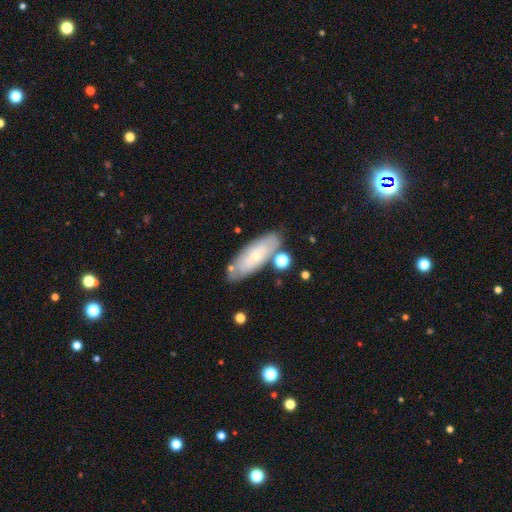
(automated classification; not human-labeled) Overall: smooth (56%; featured or disk 37%). How rounded: in between (67%; cigar-shaped 31%). Merging: none (73%).